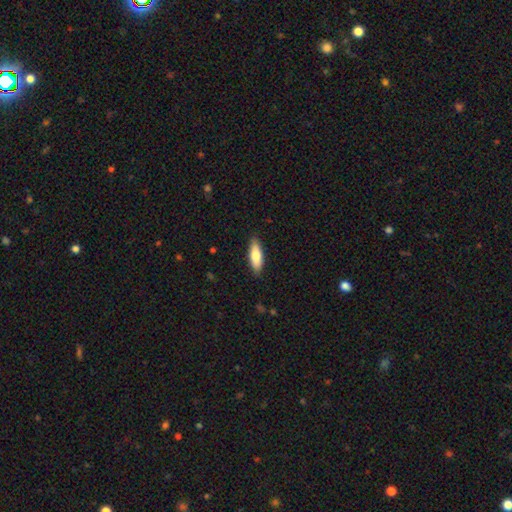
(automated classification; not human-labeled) Smooth or featured?
  - smooth: 75% *
  - featured or disk: 19%
  - star or artifact: 6%
How rounded?
  - in between: 55% *
  - cigar-shaped: 43%
  - round: 2%
Merging?
  - none: 87% *
  - minor disturbance: 10%
  - major disturbance: 2%
  - merger: 1%